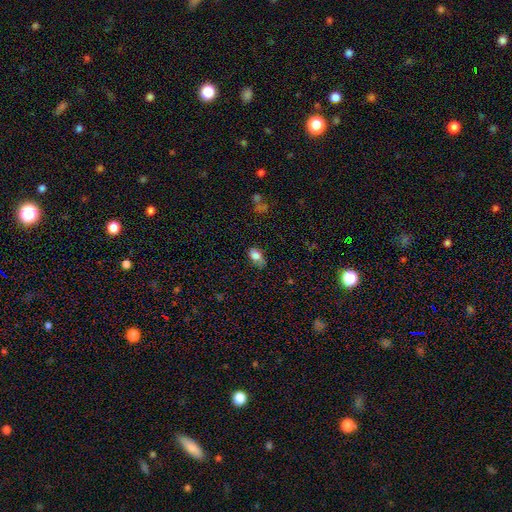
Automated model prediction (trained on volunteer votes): A smooth galaxy with no disk features (80%) that is in between round and cigar-shaped (83%). Merging: none (55%).